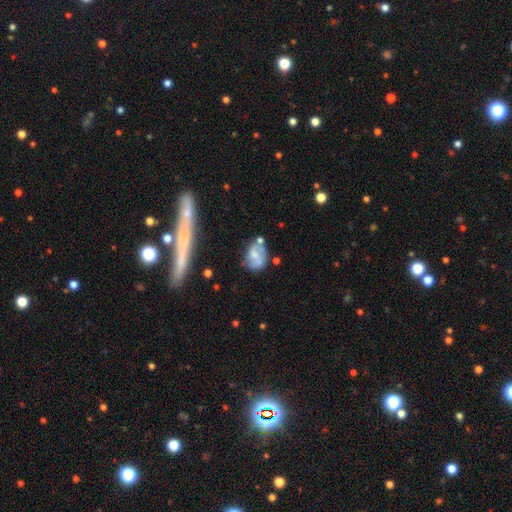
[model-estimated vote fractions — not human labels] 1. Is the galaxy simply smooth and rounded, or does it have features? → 46% featured or disk (tied), 46% smooth (tied), 8% star or artifact.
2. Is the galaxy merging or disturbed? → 50% none, 24% minor disturbance, 15% merger, 11% major disturbance.